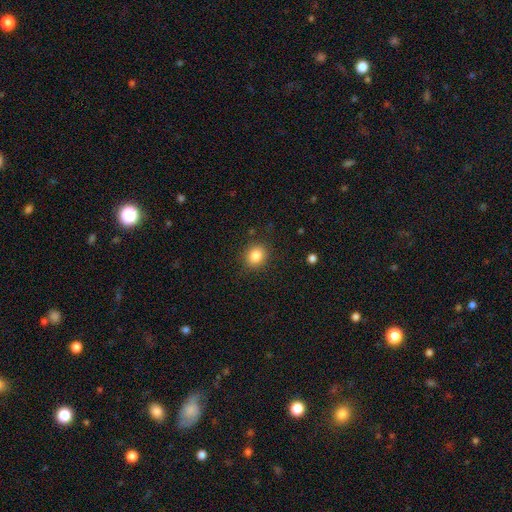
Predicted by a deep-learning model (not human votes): Smooth or featured? Predicted: smooth (p=0.84). How rounded? Predicted: round (p=0.70). Merging? Predicted: none (p=0.87).